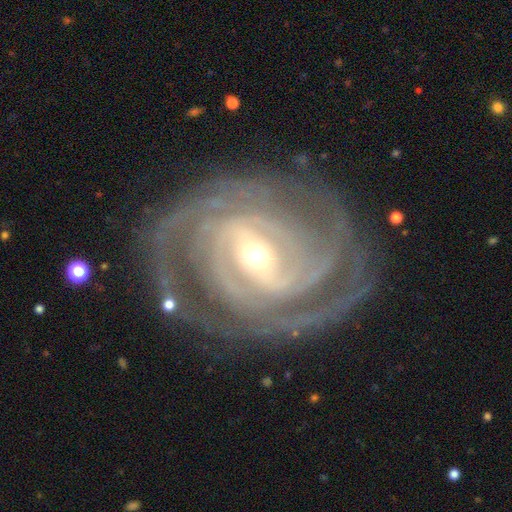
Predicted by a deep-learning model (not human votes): Smooth or featured? featured or disk (92%)
Edge-on disk? no (97%)
Bar? strong (42%)
Spiral arms? yes (98%)
Spiral winding? tight (73%)
Spiral arm count? 4 (24%, tied with 3)
Bulge size? small (61%)
Merging? none (79%)